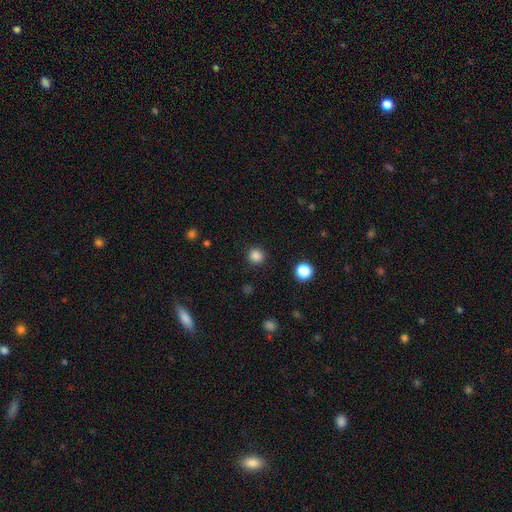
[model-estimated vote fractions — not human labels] Smooth or featured? smooth (85%)
How rounded? round (94%)
Merging? none (91%)